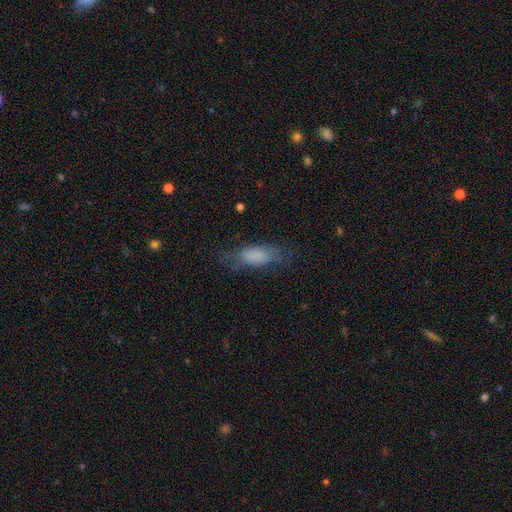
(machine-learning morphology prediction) smooth_or_featured: smooth (p=0.73) [alt: featured or disk p=0.18]
how_rounded: in between (p=0.71) [alt: cigar-shaped p=0.27]
merging: none (p=0.61) [alt: minor disturbance p=0.23]